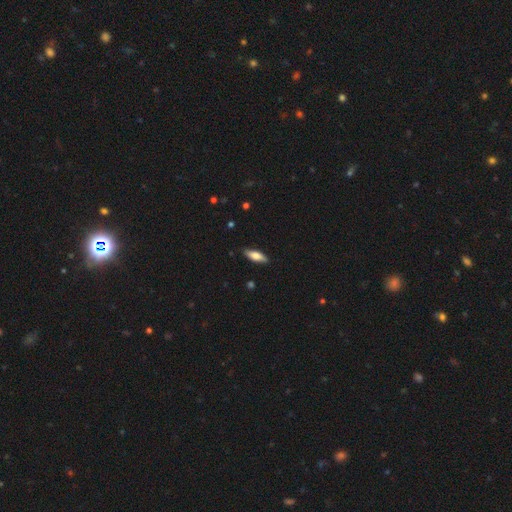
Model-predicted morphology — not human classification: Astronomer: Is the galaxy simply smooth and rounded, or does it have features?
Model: smooth — 67%.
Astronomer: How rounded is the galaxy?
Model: in between — 59% (runner-up: cigar-shaped, 39%).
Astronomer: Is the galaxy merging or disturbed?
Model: none — 87%.